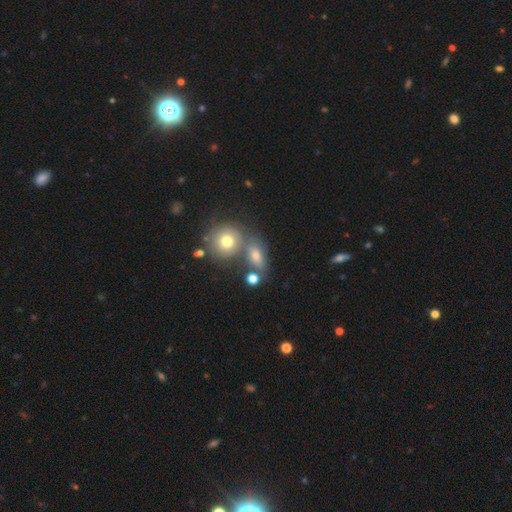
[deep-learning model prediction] Morphology: type=smooth (68%); roundness=in between (59%); merging=none (44%).